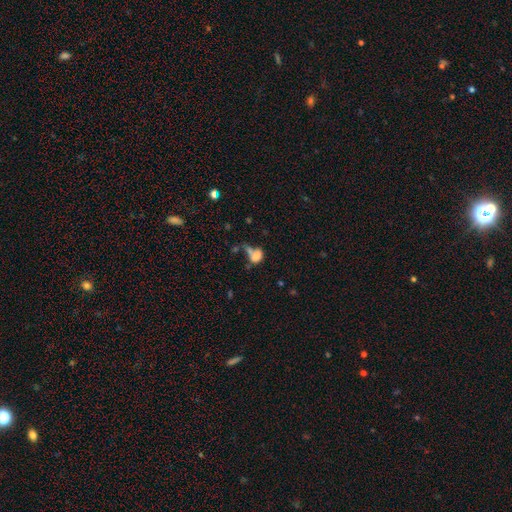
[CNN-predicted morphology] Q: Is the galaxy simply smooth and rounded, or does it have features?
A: smooth — 70%.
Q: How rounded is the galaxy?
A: in between — 72%.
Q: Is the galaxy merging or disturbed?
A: merger — 34%.